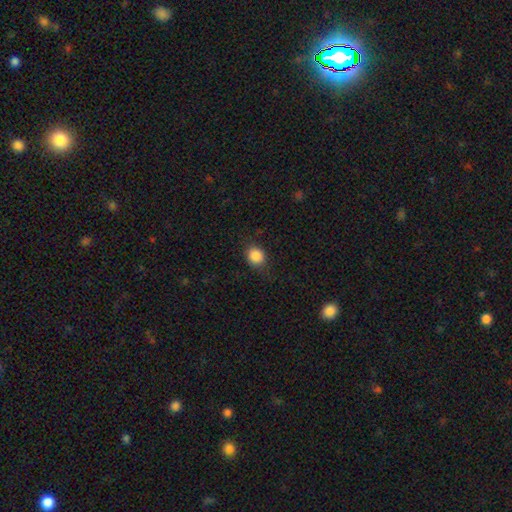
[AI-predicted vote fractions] smooth 87%, star or artifact 9%, featured or disk 4%. Down the decision tree: how rounded — round (75%); merging — none (81%).